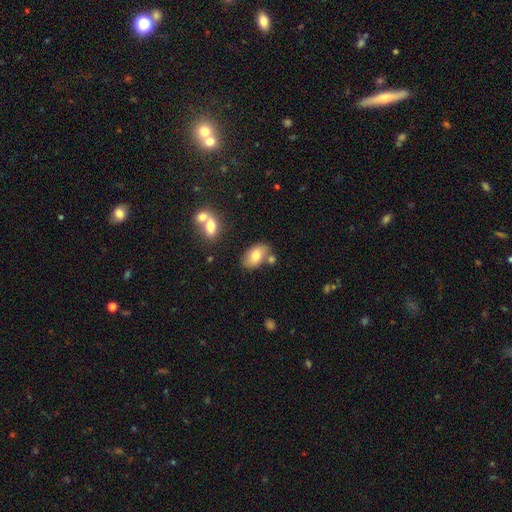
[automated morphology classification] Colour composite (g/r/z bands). It shows a smooth galaxy with no disk features (74%) that is in between round and cigar-shaped (90%). Merging: none (67%).